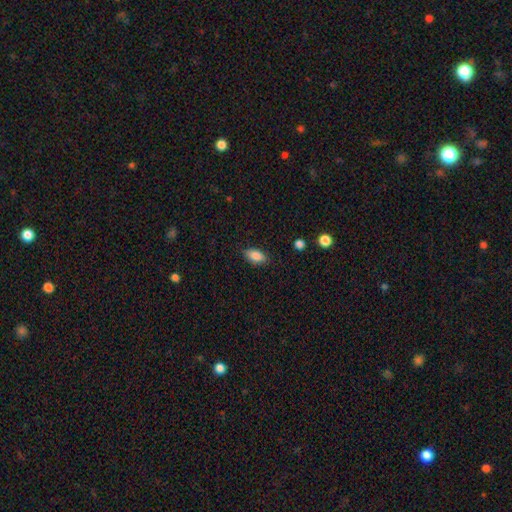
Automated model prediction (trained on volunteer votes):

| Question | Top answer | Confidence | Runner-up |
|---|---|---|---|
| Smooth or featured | smooth | 84% | star or artifact (8%) |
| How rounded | in between | 89% | cigar-shaped (7%) |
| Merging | none | 84% | minor disturbance (13%) |